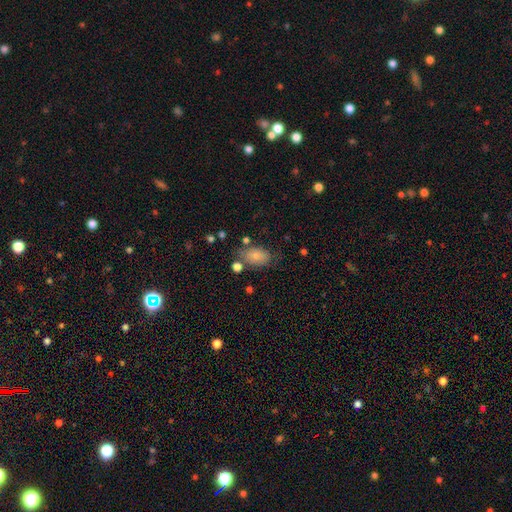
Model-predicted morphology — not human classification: Smooth or featured: smooth — 80% (featured or disk — 11%)
How rounded: in between — 87% (round — 11%)
Merging: none — 62% (minor disturbance — 21%)